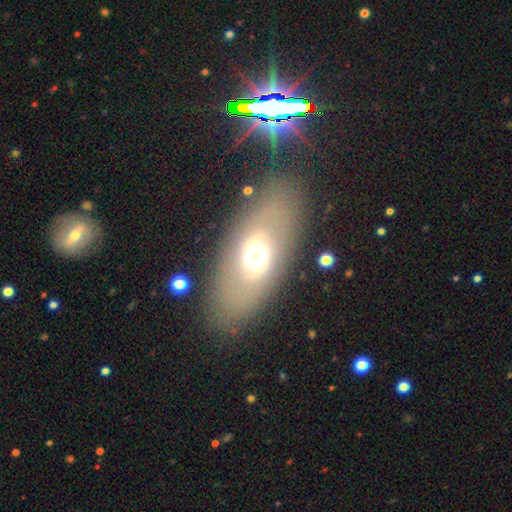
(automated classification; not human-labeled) This is possibly a smooth galaxy (49%). Merging: clearly none (82%).